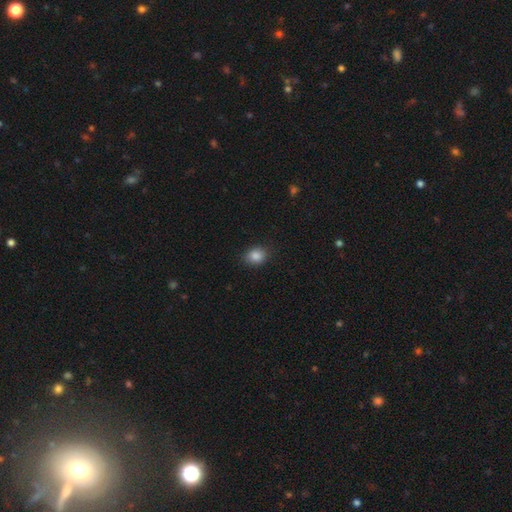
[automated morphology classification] This is clearly a smooth galaxy (86%). How rounded: possibly in between (50%). Merging: clearly none (85%).